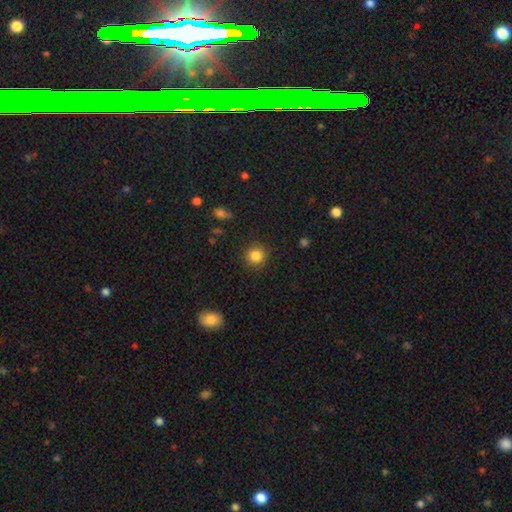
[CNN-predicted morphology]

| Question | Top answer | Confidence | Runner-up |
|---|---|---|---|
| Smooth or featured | smooth | 85% | star or artifact (11%) |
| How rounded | round | 91% | in between (8%) |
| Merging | none | 90% | minor disturbance (7%) |